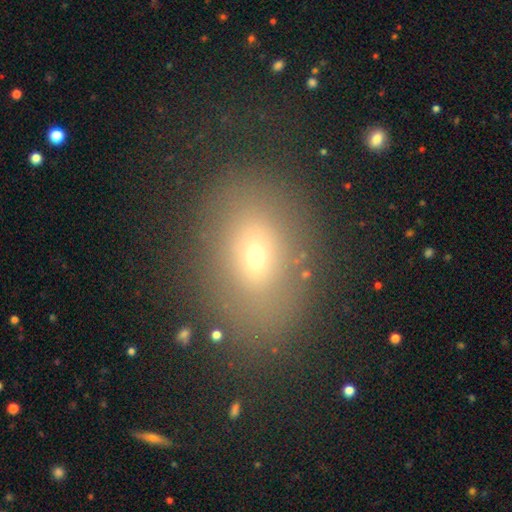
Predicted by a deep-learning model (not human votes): Smooth or featured? smooth (62%)
How rounded? in between (62%)
Merging? none (70%)